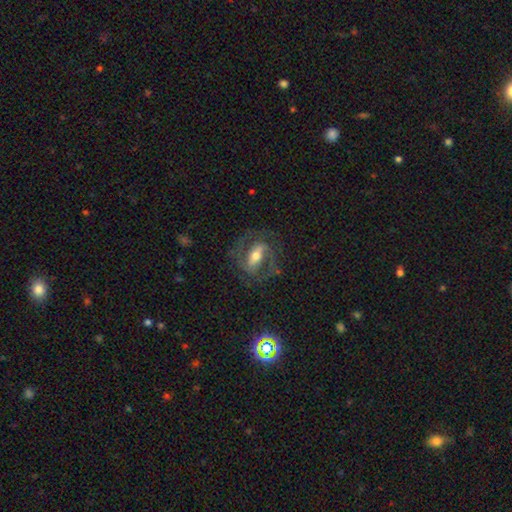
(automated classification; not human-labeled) This is clearly a featured or disk galaxy (81%). It is clearly not viewed edge-on (94%). Bar: possibly strong (53%). Spiral arm pattern: clearly yes (90%). Spiral arm count: clearly 2 (87%). Spiral winding: possibly medium (53%). Central bulge: likely moderate (65%). Merging: likely none (72%).